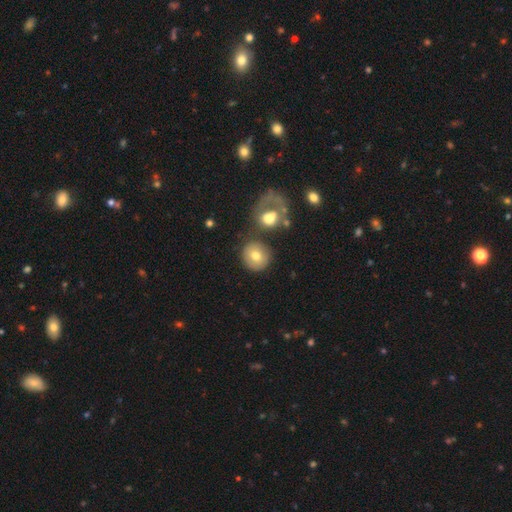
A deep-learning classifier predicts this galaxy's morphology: This appears to be a smooth galaxy with no disk features (72%) that is round (90%). Merging: none (71%).